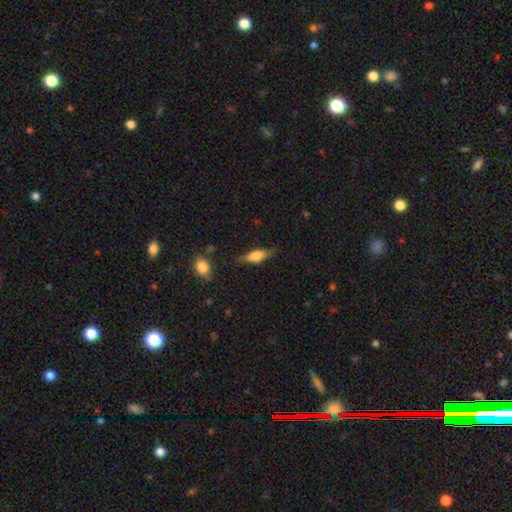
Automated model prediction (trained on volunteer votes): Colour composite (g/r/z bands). It shows a smooth galaxy with no disk features (56%) that is in between round and cigar-shaped (51%). Merging: none (73%).